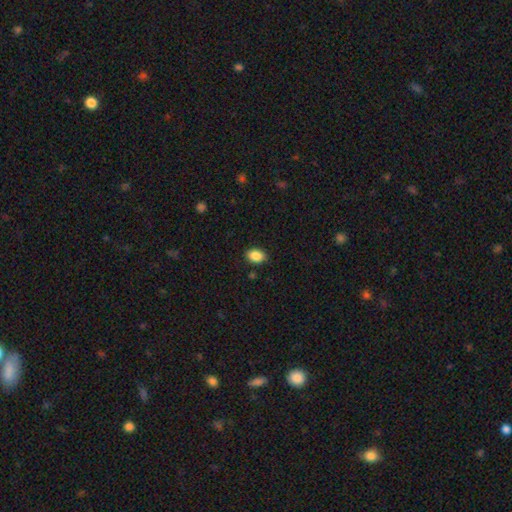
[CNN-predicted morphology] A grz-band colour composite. It shows a smooth galaxy with no disk features (87%) that is in between round and cigar-shaped (80%). Merging: none (85%).